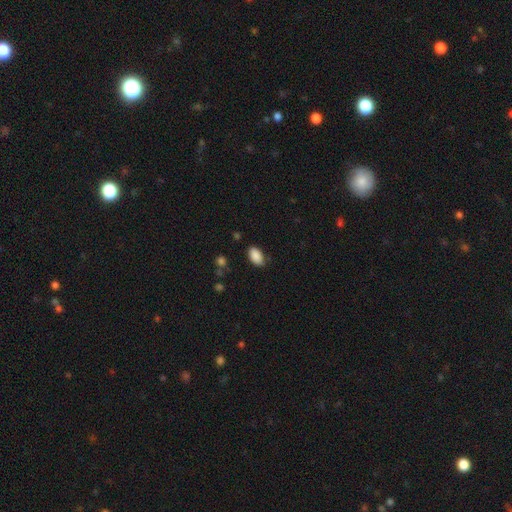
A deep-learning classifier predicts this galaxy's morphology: type=smooth (89%); roundness=in between (94%); merging=none (79%).